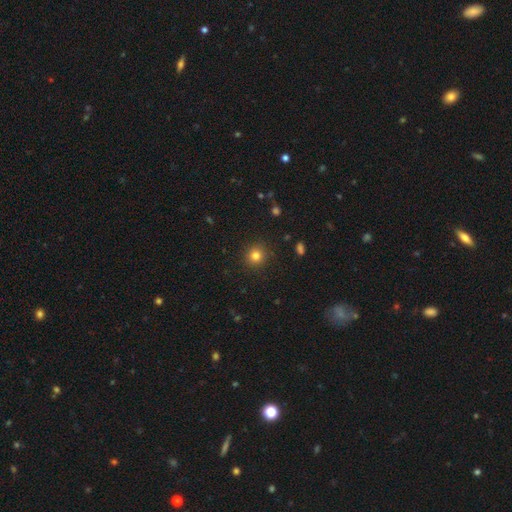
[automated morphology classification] Smooth or featured: smooth — 81% (star or artifact — 13%)
How rounded: round — 91% (in between — 8%)
Merging: none — 90% (minor disturbance — 7%)